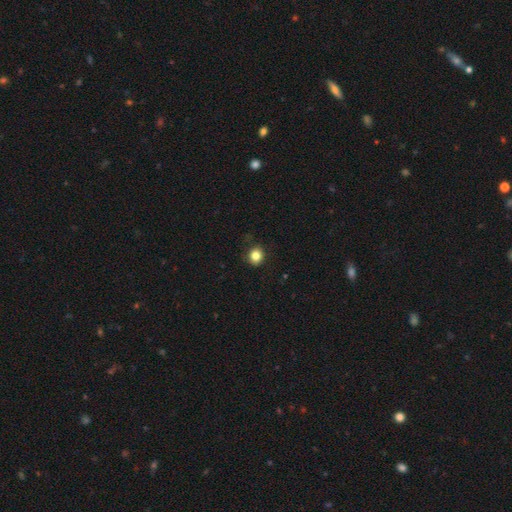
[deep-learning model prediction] Smooth or featured?
  - smooth: 84% *
  - star or artifact: 11%
  - featured or disk: 5%
How rounded?
  - round: 77% *
  - in between: 22%
  - cigar-shaped: 1%
Merging?
  - none: 86% *
  - minor disturbance: 11%
  - major disturbance: 2%
  - merger: 1%